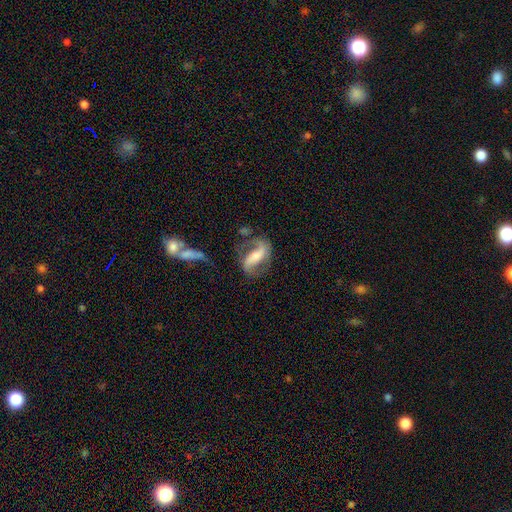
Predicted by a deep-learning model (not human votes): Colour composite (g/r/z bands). It shows a featured or disk galaxy (80%) with a strong bar (52%), 2 (87%) loose (46%) spiral arms (92%) and a moderate central bulge (47%). Merging: none (60%).